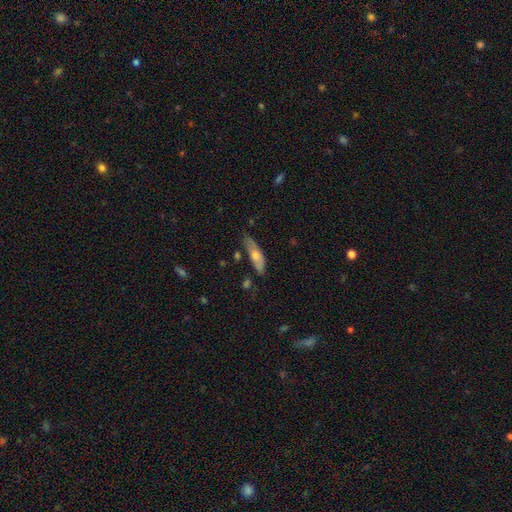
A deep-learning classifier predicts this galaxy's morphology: Smooth or featured?
  - smooth: 56% *
  - featured or disk: 38%
  - star or artifact: 6%
How rounded?
  - cigar-shaped: 54% *
  - in between: 43%
  - round: 2%
Merging?
  - none: 66% *
  - minor disturbance: 24%
  - major disturbance: 6%
  - merger: 4%